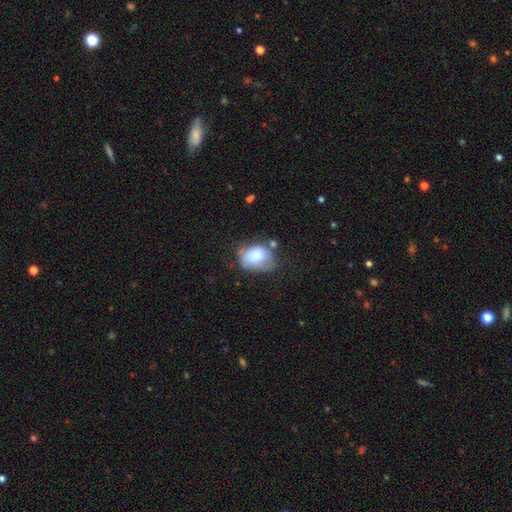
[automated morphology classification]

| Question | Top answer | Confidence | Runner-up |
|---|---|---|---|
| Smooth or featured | smooth | 71% | featured or disk (21%) |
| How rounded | in between | 68% | round (31%) |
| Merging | none | 35% | minor disturbance (34%) |